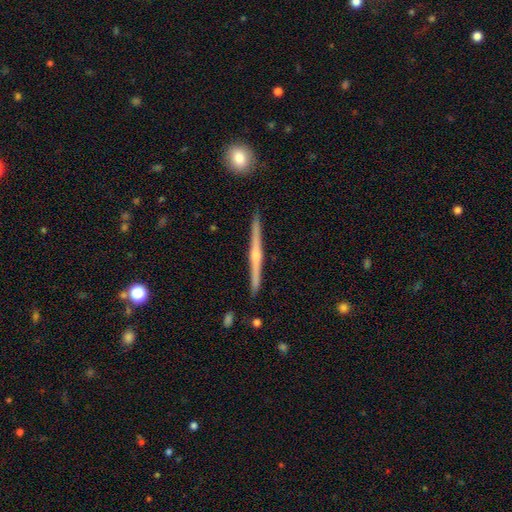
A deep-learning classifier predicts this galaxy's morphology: A featured or disk galaxy (80%) viewed edge-on (99%) with a rounded central bulge (82%). Merging: none (92%).